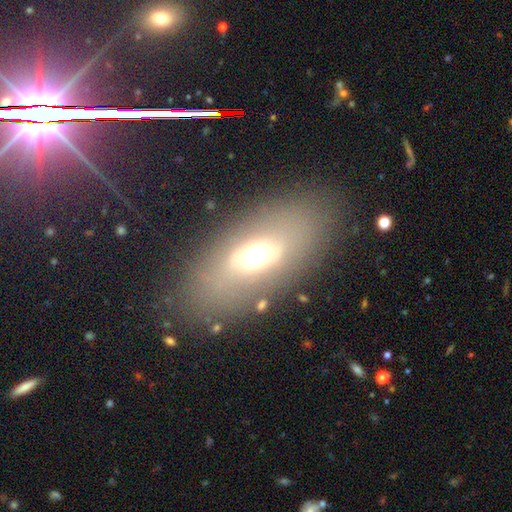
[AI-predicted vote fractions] Overall: smooth (51%; featured or disk 35%). How rounded: in between (83%). Merging: none (80%).